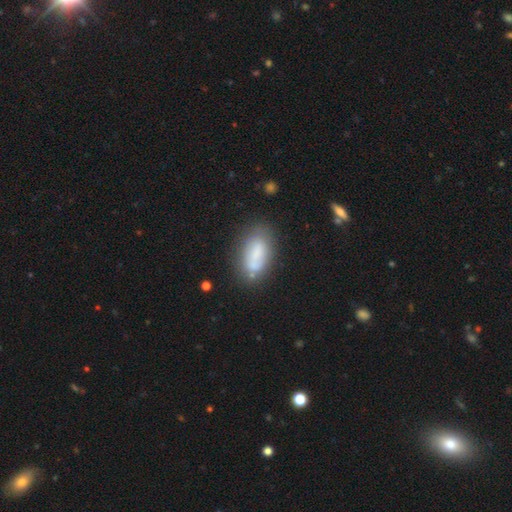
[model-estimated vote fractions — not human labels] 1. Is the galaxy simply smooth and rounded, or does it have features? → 67% smooth, 25% featured or disk, 9% star or artifact.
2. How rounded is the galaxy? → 85% in between, 11% cigar-shaped, 3% round.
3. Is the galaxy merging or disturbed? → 60% none, 23% minor disturbance, 9% merger, 9% major disturbance.